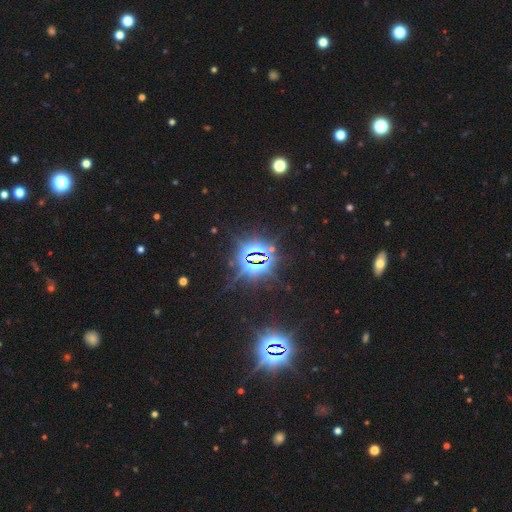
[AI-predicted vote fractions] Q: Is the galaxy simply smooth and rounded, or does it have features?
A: star or artifact — 86%.